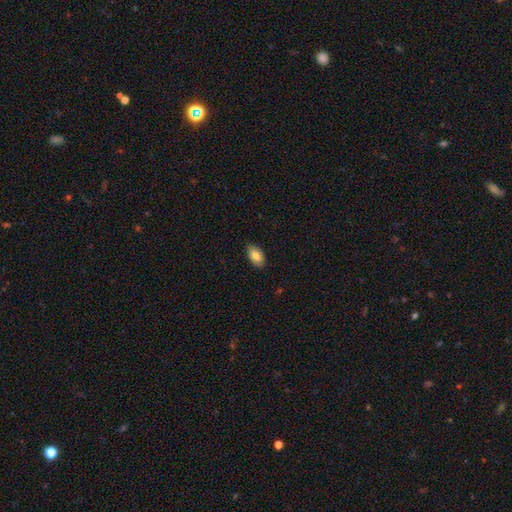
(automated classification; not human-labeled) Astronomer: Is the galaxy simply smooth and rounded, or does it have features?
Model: smooth — 81%.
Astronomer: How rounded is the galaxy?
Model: in between — 93%.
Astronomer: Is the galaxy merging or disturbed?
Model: none — 83%.